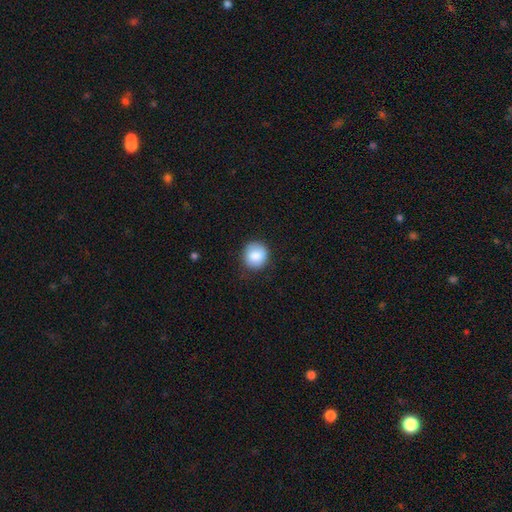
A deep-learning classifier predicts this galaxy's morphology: smooth_or_featured: smooth (p=0.85) [alt: star or artifact p=0.08]
how_rounded: round (p=0.88) [alt: in between p=0.11]
merging: none (p=0.83) [alt: minor disturbance p=0.13]